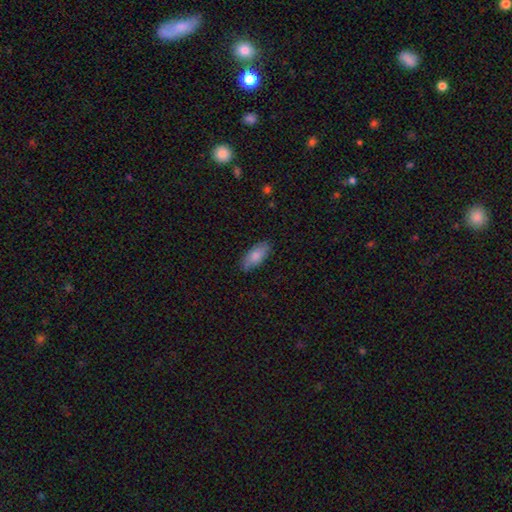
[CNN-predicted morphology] type=smooth (83%); roundness=in between (86%); merging=none (81%).